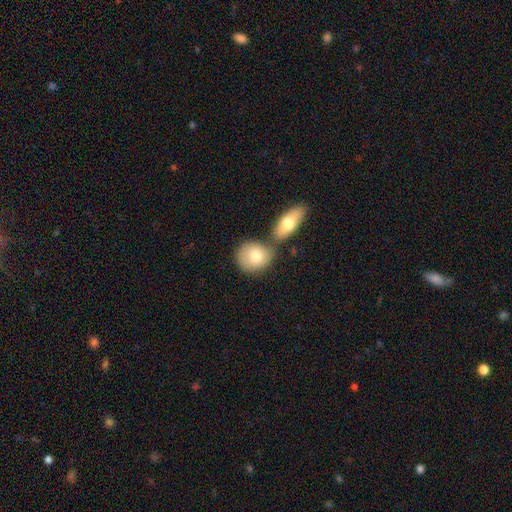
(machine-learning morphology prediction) This is likely a smooth galaxy (77%). How rounded: possibly round (59%). Merging: possibly none (47%).